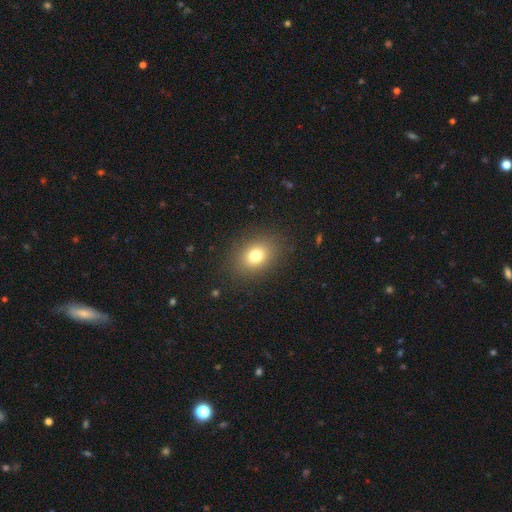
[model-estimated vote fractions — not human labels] smooth_or_featured: smooth (p=0.77) [alt: star or artifact p=0.13]
how_rounded: in between (p=0.59) [alt: round p=0.40]
merging: none (p=0.86) [alt: minor disturbance p=0.09]